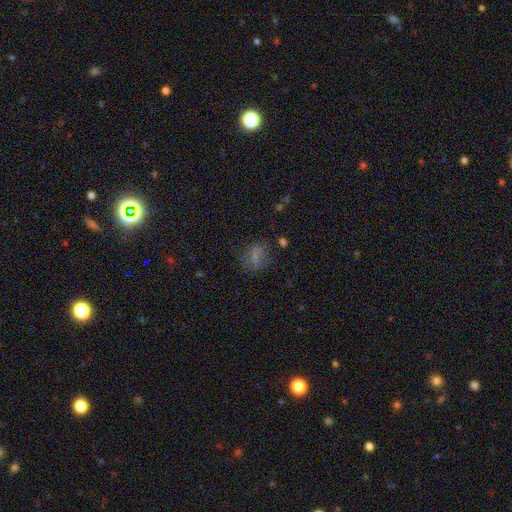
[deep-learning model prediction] The model was most divided on "how rounded": in between: 54%, round: 41%, cigar-shaped: 5%. More confident: merging — none (69%); smooth or featured — smooth (64%).